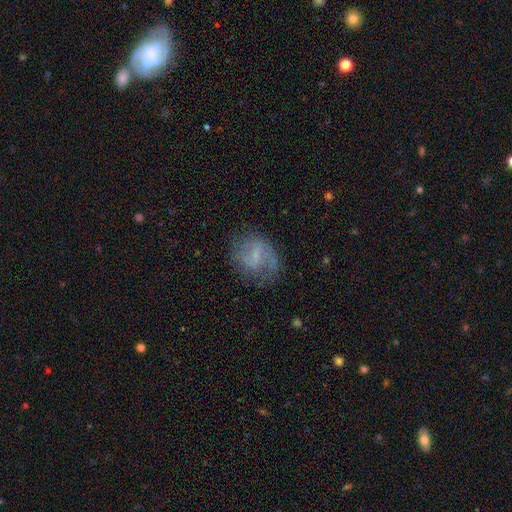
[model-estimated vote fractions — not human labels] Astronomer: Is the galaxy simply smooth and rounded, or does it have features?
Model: featured or disk — 58%.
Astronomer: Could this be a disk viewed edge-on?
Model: no — 97%.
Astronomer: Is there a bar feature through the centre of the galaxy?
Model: weak — 52% (runner-up: no, 29%).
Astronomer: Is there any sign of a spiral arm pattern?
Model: yes — 69%.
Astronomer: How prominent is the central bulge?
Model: small — 56%.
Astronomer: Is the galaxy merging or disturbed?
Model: none — 58%.